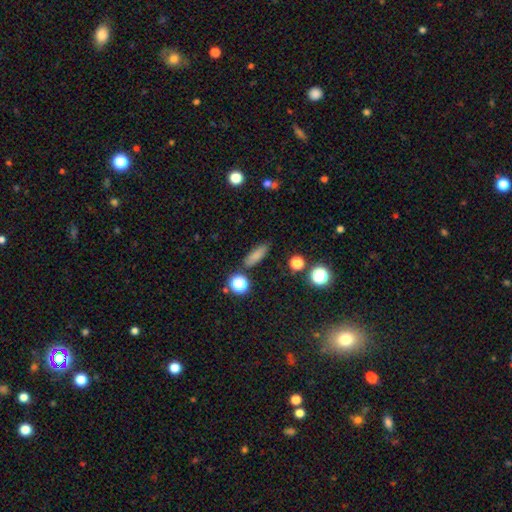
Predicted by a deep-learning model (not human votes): Smooth or featured? Predicted: smooth (p=0.80). How rounded? Predicted: in between (p=0.54). Merging? Predicted: none (p=0.83).